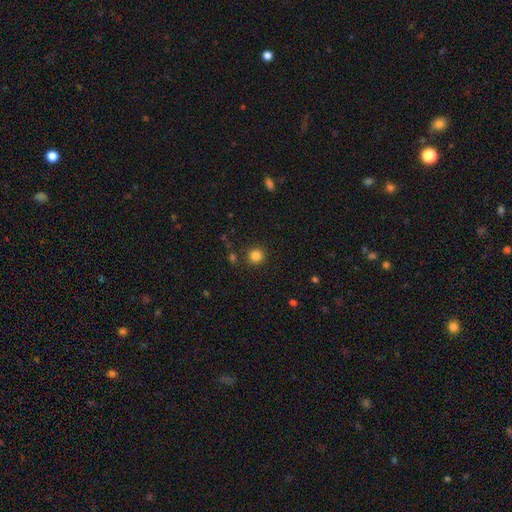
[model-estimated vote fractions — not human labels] Smooth or featured? smooth (83%)
How rounded? round (91%)
Merging? none (88%)